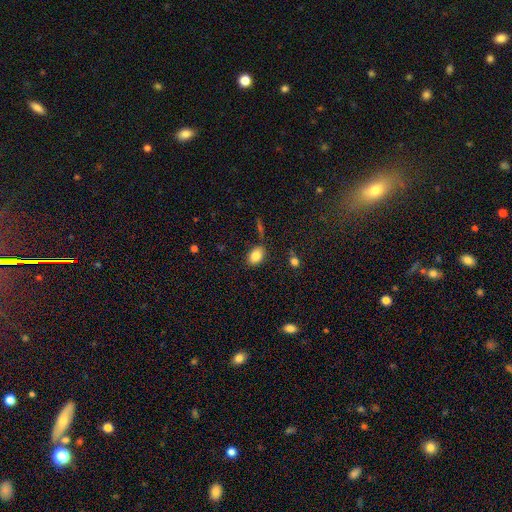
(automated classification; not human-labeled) Q: Smooth or featured?
A: smooth (84%); runner-up: star or artifact (9%)
Q: How rounded?
A: in between (79%); runner-up: round (19%)
Q: Merging?
A: none (80%); runner-up: minor disturbance (13%)